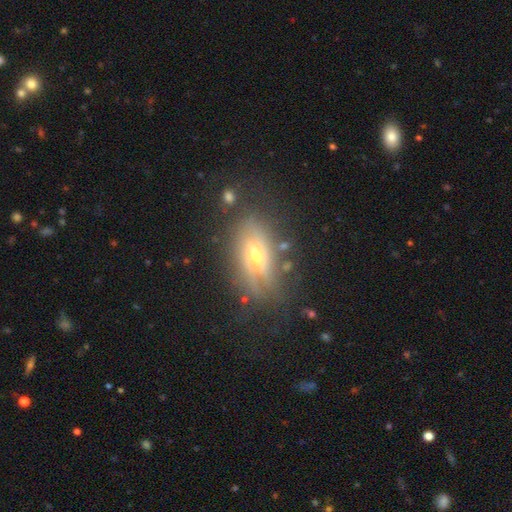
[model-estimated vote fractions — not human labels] This is possibly a featured or disk galaxy (54%). It is possibly not viewed edge-on (55%). Merging: likely none (70%).